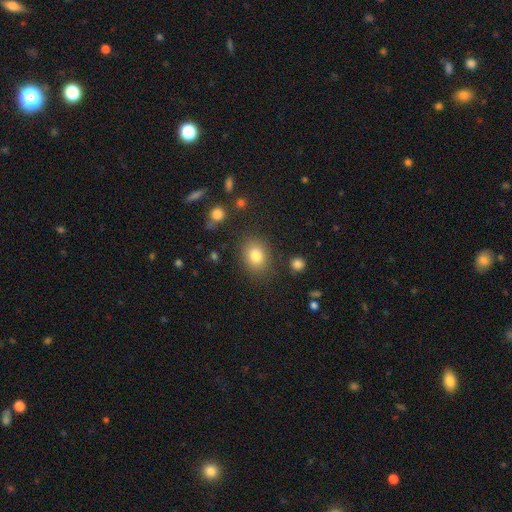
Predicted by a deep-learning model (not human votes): Smooth or featured: smooth — 82% (star or artifact — 10%)
How rounded: in between — 51% (round — 48%)
Merging: none — 82% (minor disturbance — 11%)